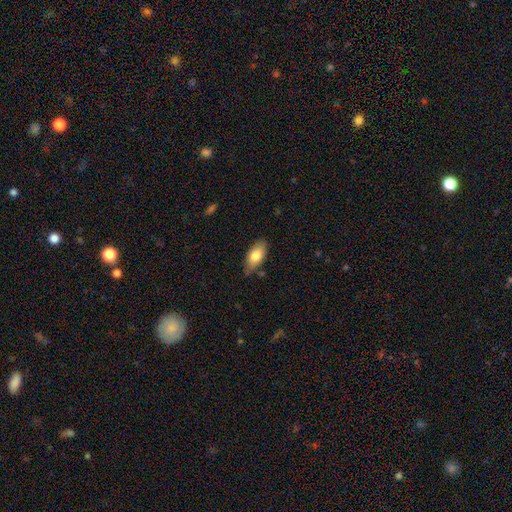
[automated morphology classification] smooth_or_featured: smooth (p=0.79) [alt: featured or disk p=0.15]
how_rounded: in between (p=0.89) [alt: cigar-shaped p=0.08]
merging: none (p=0.73) [alt: minor disturbance p=0.21]